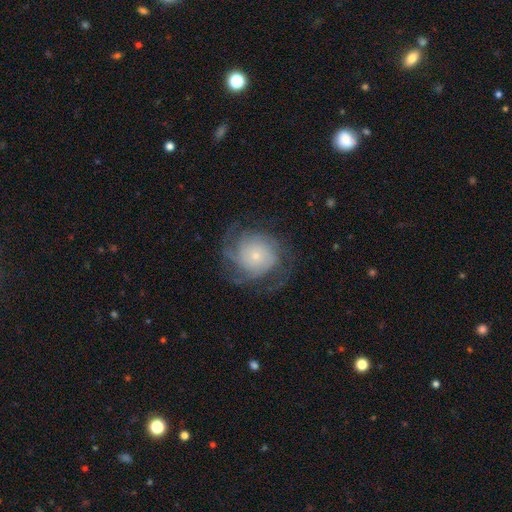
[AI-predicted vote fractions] Smooth or featured?
  - featured or disk: 75% *
  - smooth: 18%
  - star or artifact: 7%
Edge-on disk?
  - no: 98% *
  - yes: 2%
Bar?
  - no: 81% *
  - weak: 15%
  - strong: 3%
Spiral arms?
  - yes: 92% *
  - no: 8%
Spiral winding?
  - tight: 51% *
  - medium: 36%
  - loose: 13%
Spiral arm count?
  - can't tell: 28% *
  - 3: 25%
  - 2: 20%
  - 4: 14%
  - more than 4: 6%
  - 1: 6%
Bulge size?
  - small: 73% *
  - moderate: 18%
  - large: 5%
  - none: 3%
  - dominant: 2%
Merging?
  - none: 68% *
  - minor disturbance: 16%
  - major disturbance: 15%
  - merger: 1%